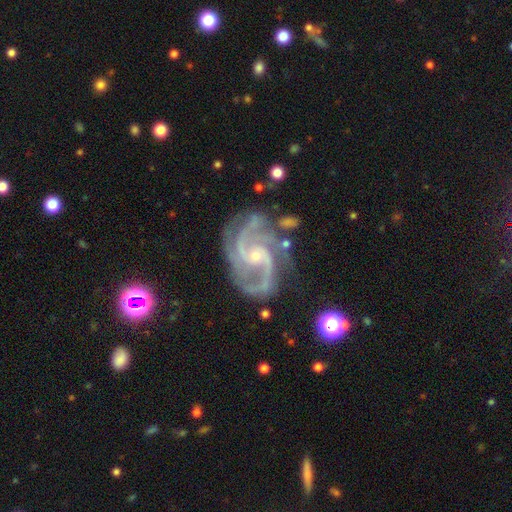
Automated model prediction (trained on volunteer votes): featured or disk 93%, star or artifact 5%, smooth 2%. Down the decision tree: edge-on disk — no (98%); bar — no (58%); spiral arms — yes (99%); spiral arm count — 2 (39%); spiral winding — medium (57%); bulge size — small (80%); merging — none (68%).